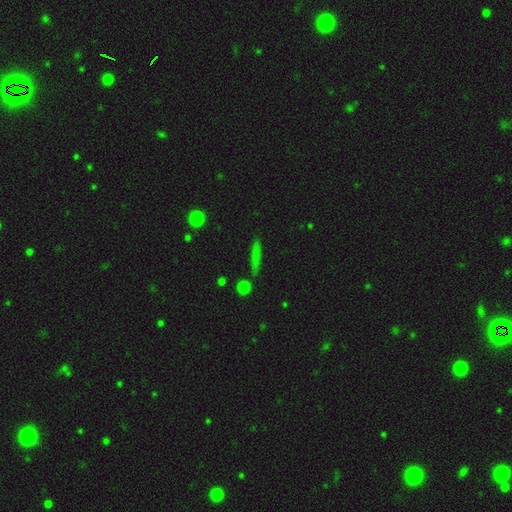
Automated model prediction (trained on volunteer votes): Smooth or featured?
  - smooth: 66% *
  - featured or disk: 22%
  - star or artifact: 11%
How rounded?
  - cigar-shaped: 87% *
  - in between: 9%
  - round: 4%
Merging?
  - none: 84% *
  - minor disturbance: 10%
  - merger: 3%
  - major disturbance: 3%